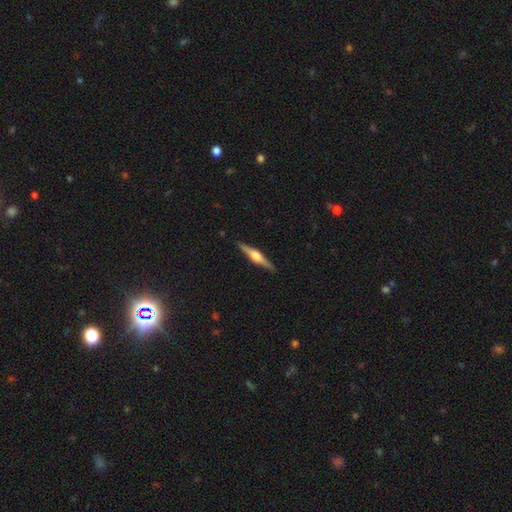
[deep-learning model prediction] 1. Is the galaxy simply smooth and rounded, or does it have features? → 76% featured or disk, 19% smooth, 5% star or artifact.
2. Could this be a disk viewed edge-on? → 98% yes, 2% no.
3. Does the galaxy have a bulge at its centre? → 87% rounded, 10% boxy, 3% none.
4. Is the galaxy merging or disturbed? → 91% none, 6% minor disturbance, 1% major disturbance, 1% merger.